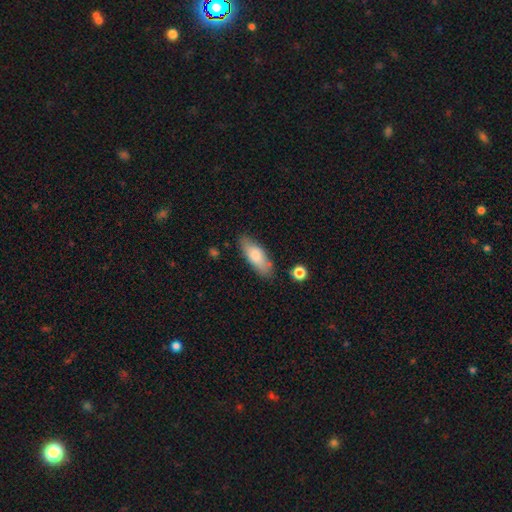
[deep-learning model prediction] smooth 77%, featured or disk 17%, star or artifact 6%. Down the decision tree: how rounded — in between (68%); merging — none (78%).